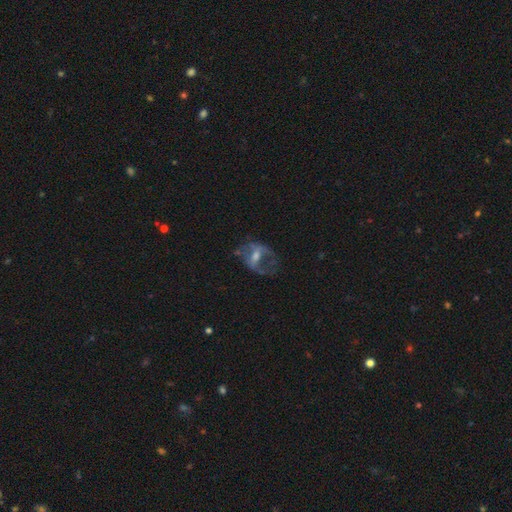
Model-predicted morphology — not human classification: Q: Smooth or featured?
A: featured or disk (64%); runner-up: smooth (26%)
Q: Edge-on disk?
A: no (95%); runner-up: yes (5%)
Q: Bar?
A: no (42%); runner-up: weak (39%)
Q: Spiral arms?
A: no (57%); runner-up: yes (43%)
Q: Bulge size?
A: moderate (53%); runner-up: small (31%)
Q: Merging?
A: none (40%); runner-up: major disturbance (36%)